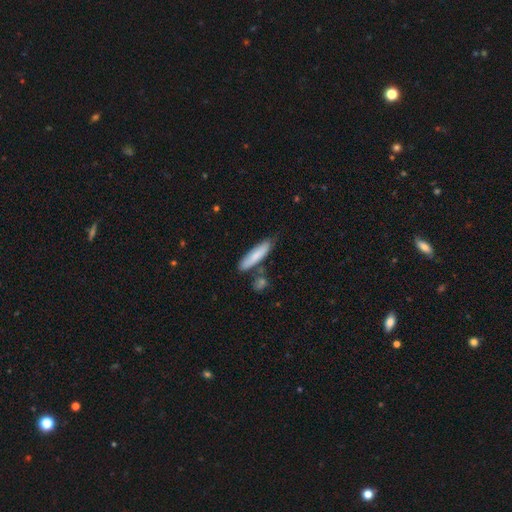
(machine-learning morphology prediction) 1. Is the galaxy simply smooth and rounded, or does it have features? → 77% smooth, 17% featured or disk, 6% star or artifact.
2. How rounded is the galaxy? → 75% cigar-shaped, 24% in between, 2% round.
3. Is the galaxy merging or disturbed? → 68% none, 19% minor disturbance, 9% merger, 4% major disturbance.